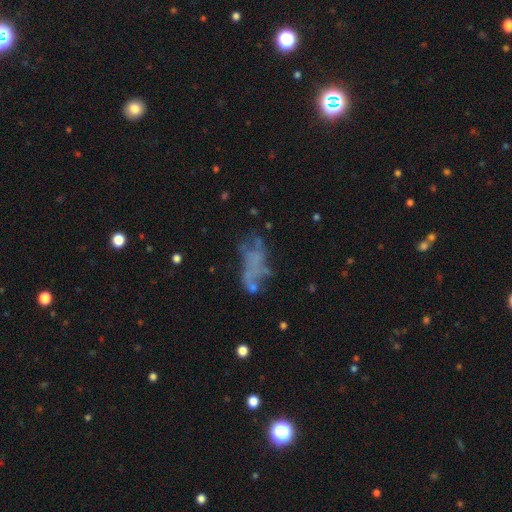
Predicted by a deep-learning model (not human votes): A featured or disk galaxy (53%) with no bar (91%), no spiral arms (88%) and no central bulge (83%).

Vote fractions:
- Smooth or featured? featured or disk: 53% / smooth: 29% / star or artifact: 18%
- Edge-on disk? no: 96% / yes: 4%
- Bar? no: 91% / weak: 7% / strong: 3%
- Spiral arms? no: 88% / yes: 12%
- Bulge size? none: 83% / small: 9% / moderate: 5% / large: 2% / dominant: 1%
- Merging? none: 35% (tied) / major disturbance: 35% (tied) / minor disturbance: 18% / merger: 12%